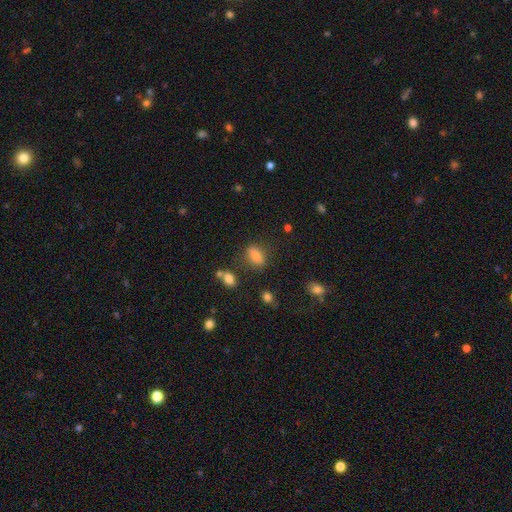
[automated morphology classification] smooth-or-featured: smooth: 84% | star or artifact: 11% | featured or disk: 5%
  how-rounded: in between: 83% | round: 12% | cigar-shaped: 5%
  merging: none: 73% | minor disturbance: 16% | major disturbance: 6% | merger: 5%